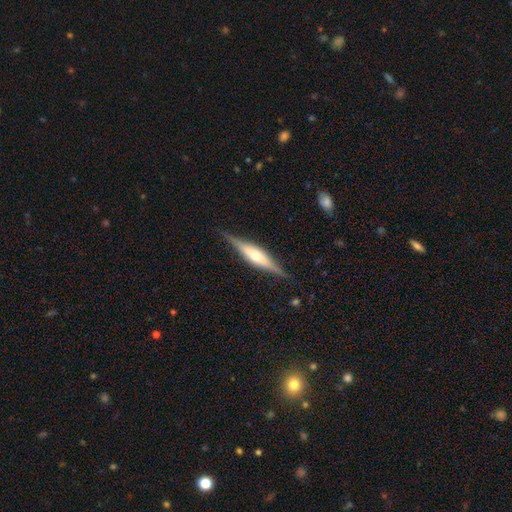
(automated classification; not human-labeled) featured or disk 70%, smooth 25%, star or artifact 6%. Down the decision tree: edge-on disk — yes (97%); edge-on bulge — rounded (65%); merging — none (86%).